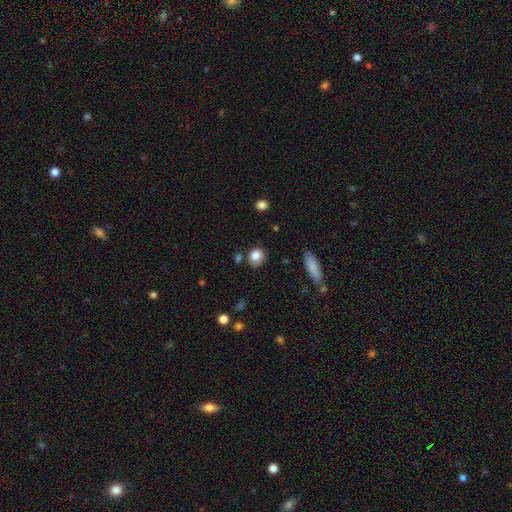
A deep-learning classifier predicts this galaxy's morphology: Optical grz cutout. It shows a smooth galaxy with no disk features (84%) that is round (69%). Merging: none (76%).